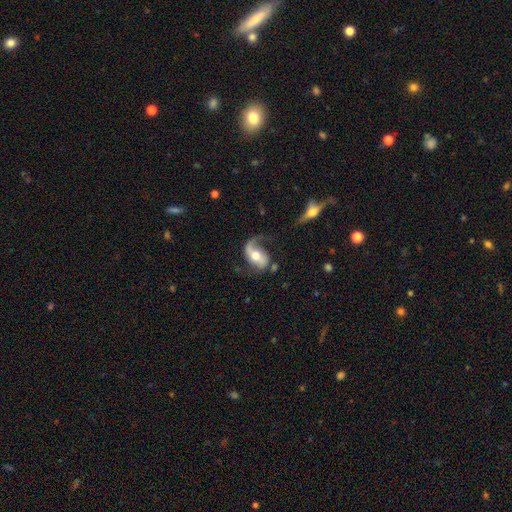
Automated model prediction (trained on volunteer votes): This appears to be a featured or disk galaxy (77%) with no bar (43%), 2 (65%) loose (62%) spiral arms (92%) and a moderate central bulge (70%). Merging: none (51%).